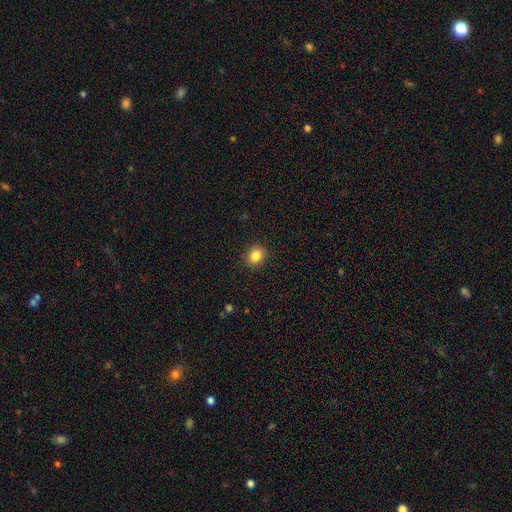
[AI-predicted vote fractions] The model was most divided on "how rounded": round: 80%, in between: 19%, cigar-shaped: 1%. More confident: merging — none (90%); smooth or featured — smooth (84%).